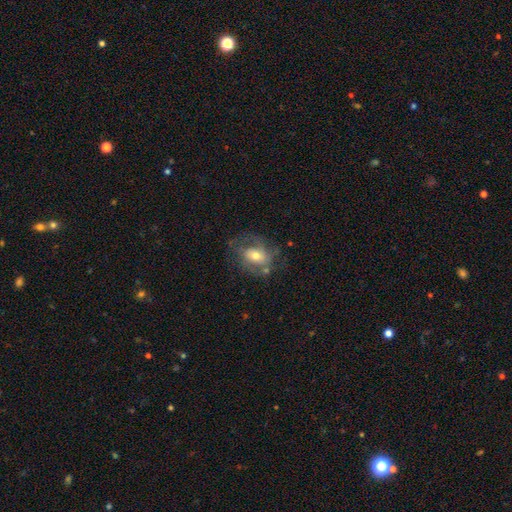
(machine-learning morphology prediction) Smooth or featured? Predicted: featured or disk (p=0.55). Edge-on disk? Predicted: no (p=0.94). Bar? Predicted: no (p=0.50). Spiral arms? Predicted: yes (p=0.64). Bulge size? Predicted: moderate (p=0.64). Merging? Predicted: none (p=0.55).